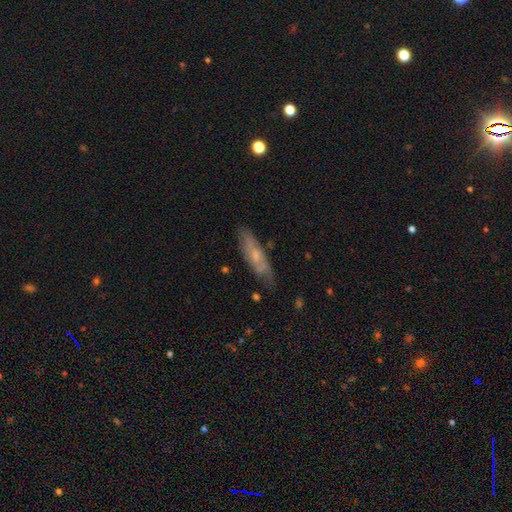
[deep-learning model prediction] This appears to be a featured or disk galaxy (49%). Merging: none (68%).